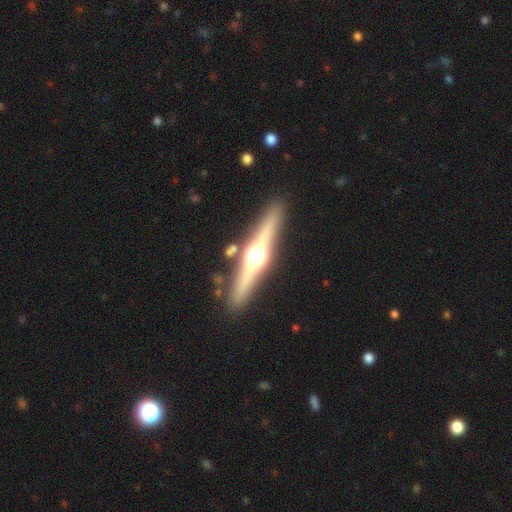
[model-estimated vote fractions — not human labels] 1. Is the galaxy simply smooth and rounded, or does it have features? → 72% featured or disk, 22% smooth, 7% star or artifact.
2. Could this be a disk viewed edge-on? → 96% yes, 4% no.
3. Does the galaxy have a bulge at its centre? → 95% rounded, 3% boxy, 2% none.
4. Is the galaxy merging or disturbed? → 86% none, 8% minor disturbance, 3% merger, 2% major disturbance.